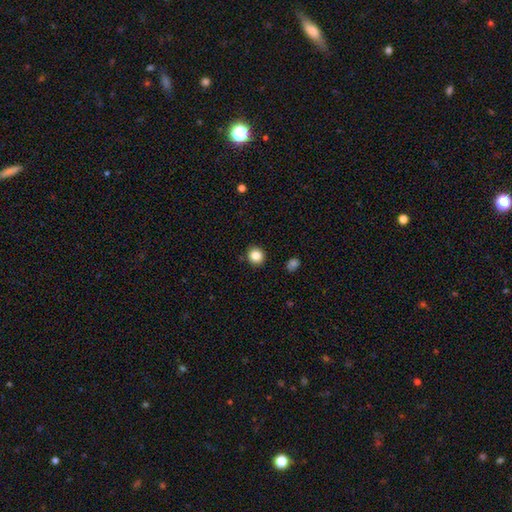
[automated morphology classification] A smooth galaxy with no disk features (85%) that is round (89%). Merging: none (90%).